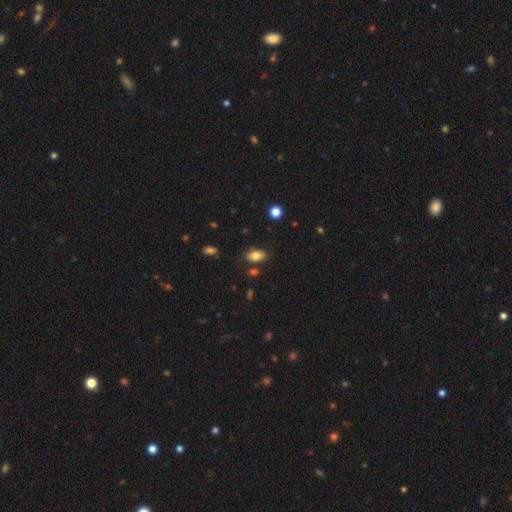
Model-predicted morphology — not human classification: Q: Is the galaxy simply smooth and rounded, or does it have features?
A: smooth — 80%.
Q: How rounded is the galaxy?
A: in between — 90%.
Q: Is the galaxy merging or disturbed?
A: none — 80%.